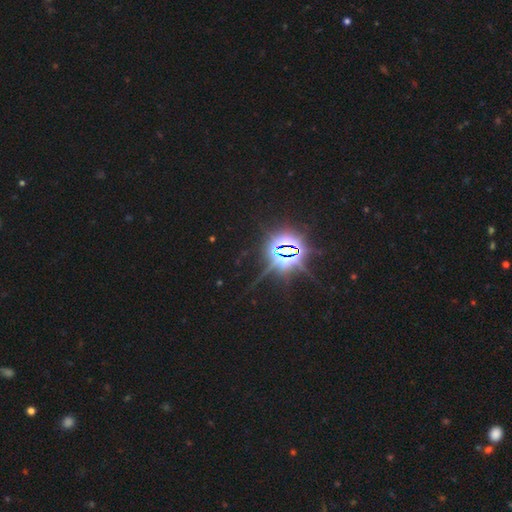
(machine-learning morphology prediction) Overall: star or artifact (86%).